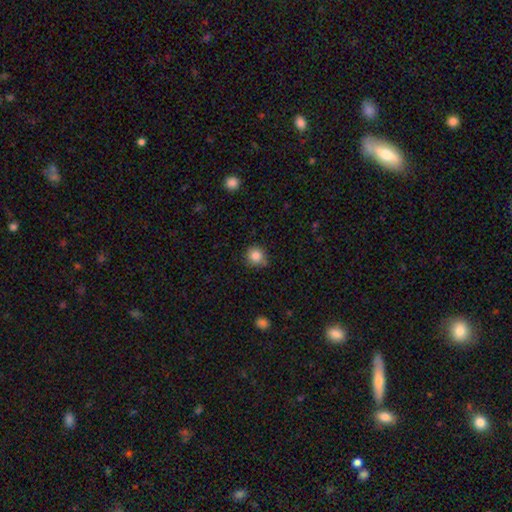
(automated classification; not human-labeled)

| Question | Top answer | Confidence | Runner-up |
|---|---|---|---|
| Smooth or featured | smooth | 84% | star or artifact (10%) |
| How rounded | round | 88% | in between (11%) |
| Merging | none | 78% | minor disturbance (17%) |